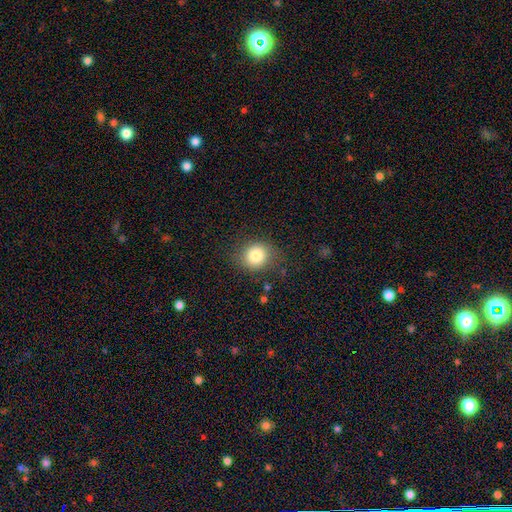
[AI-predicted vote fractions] Morphology: type=smooth (82%); roundness=round (79%); merging=none (80%).